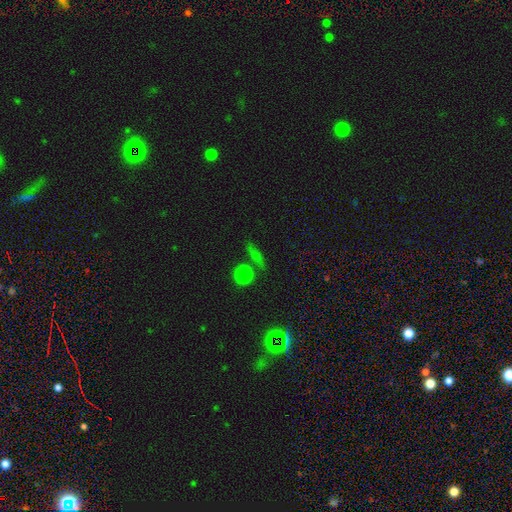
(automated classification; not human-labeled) Morphology: type=smooth (62%); roundness=round (39%); merging=none (68%).